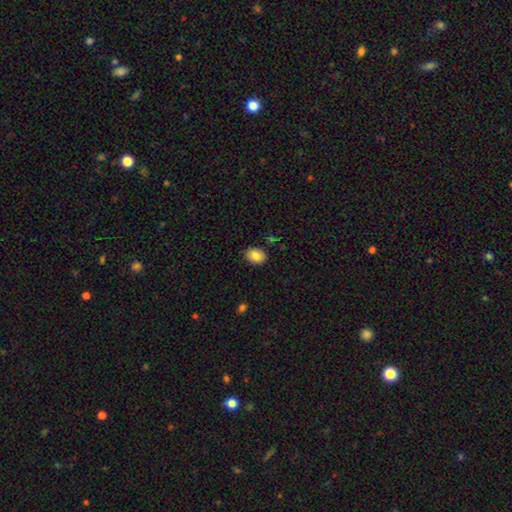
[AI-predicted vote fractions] This appears to be a smooth galaxy with no disk features (84%) that is in between round and cigar-shaped (67%). Merging: none (86%).